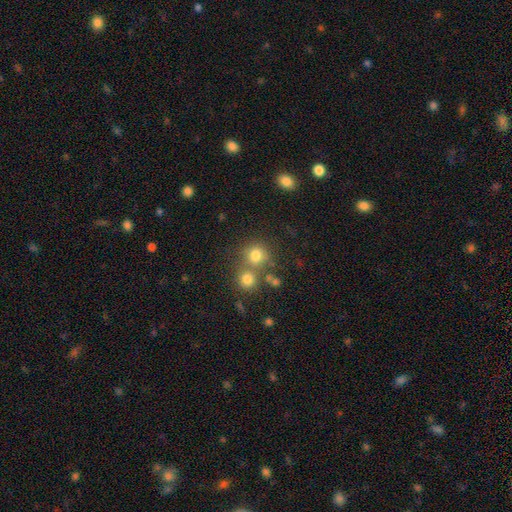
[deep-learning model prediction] Smooth or featured? smooth (76%)
How rounded? round (84%)
Merging? none (54%)